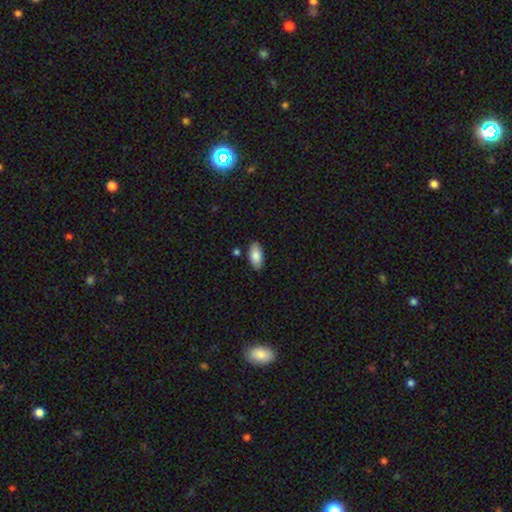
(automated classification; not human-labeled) Smooth or featured: smooth — 85% (featured or disk — 8%)
How rounded: in between — 92% (cigar-shaped — 6%)
Merging: none — 82% (minor disturbance — 13%)